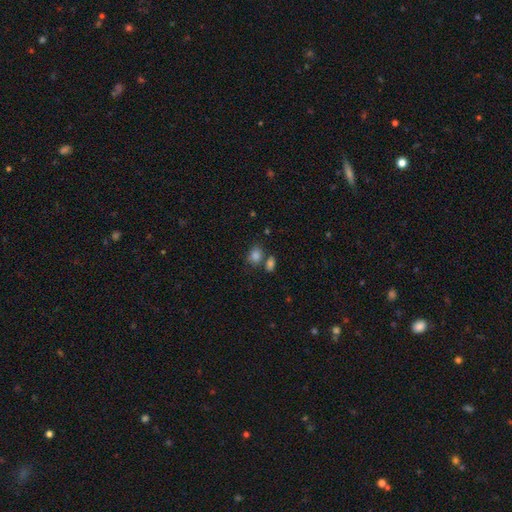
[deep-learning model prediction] Smooth or featured: smooth — 83% (star or artifact — 11%)
How rounded: in between — 62% (round — 37%)
Merging: none — 56% (merger — 27%)